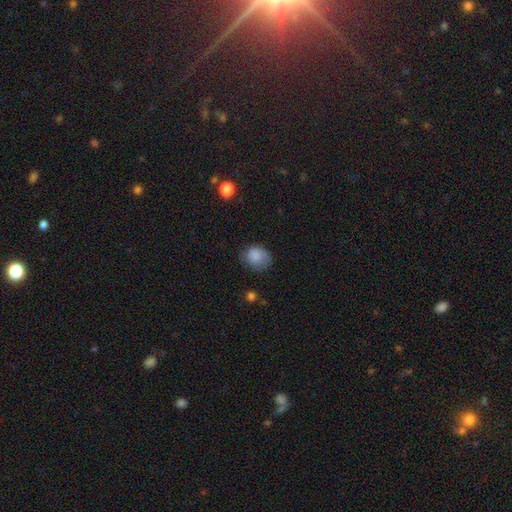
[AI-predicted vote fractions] Smooth or featured? smooth (84%)
How rounded? round (62%)
Merging? none (59%)